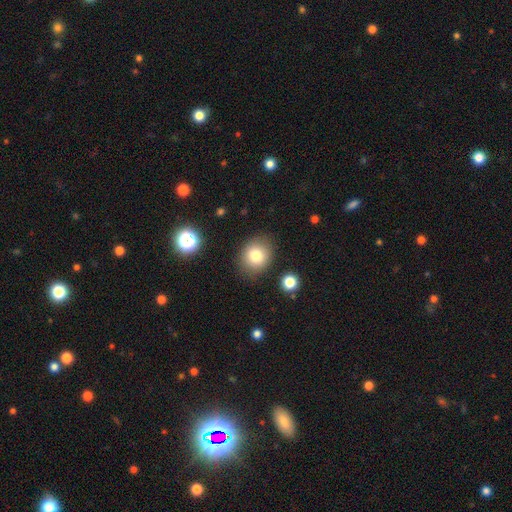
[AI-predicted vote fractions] Overall: smooth (79%). How rounded: round (67%; in between 32%). Merging: none (84%).